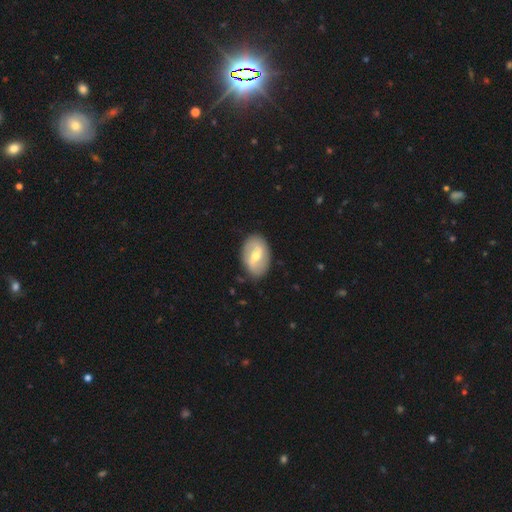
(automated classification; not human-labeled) Q: Smooth or featured?
A: featured or disk (66%); runner-up: smooth (29%)
Q: Edge-on disk?
A: no (95%); runner-up: yes (5%)
Q: Bar?
A: weak (49%); runner-up: strong (34%)
Q: Spiral arms?
A: yes (66%); runner-up: no (34%)
Q: Bulge size?
A: moderate (68%); runner-up: small (25%)
Q: Merging?
A: none (86%); runner-up: minor disturbance (10%)